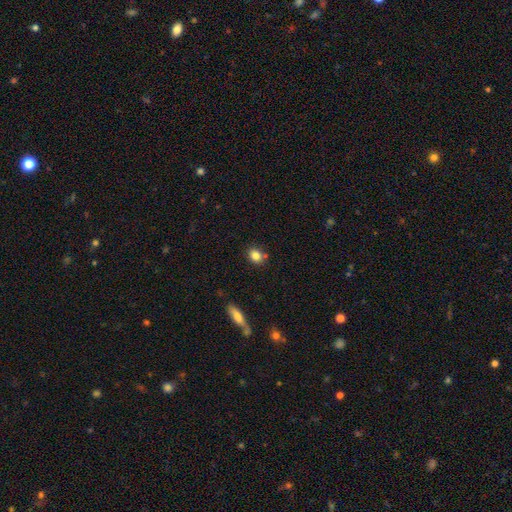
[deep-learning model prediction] Overall: smooth (82%). How rounded: round (65%; in between 34%). Merging: none (77%).